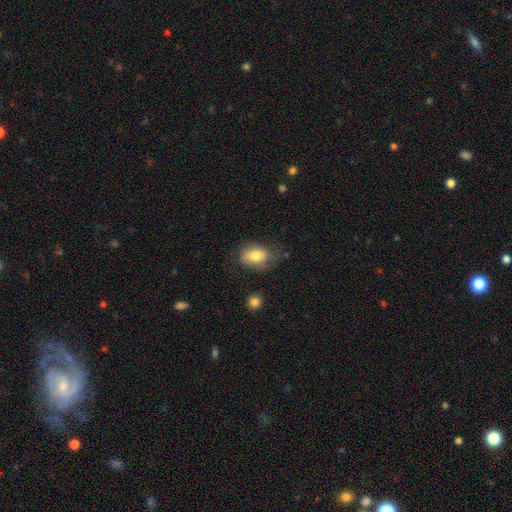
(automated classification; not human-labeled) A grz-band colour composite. It shows a smooth galaxy with no disk features (77%) that is in between round and cigar-shaped (84%). Merging: none (59%).